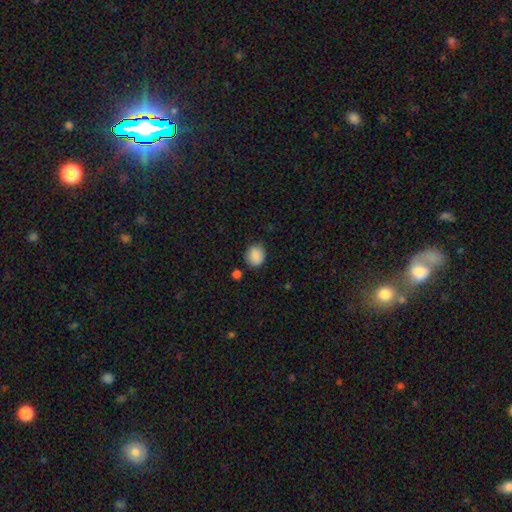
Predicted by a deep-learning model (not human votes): Q: Smooth or featured?
A: smooth (87%); runner-up: star or artifact (8%)
Q: How rounded?
A: round (76%); runner-up: in between (23%)
Q: Merging?
A: none (79%); runner-up: minor disturbance (14%)